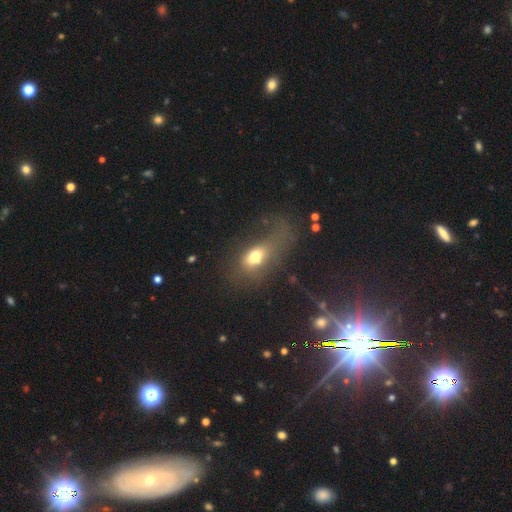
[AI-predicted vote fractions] smooth_or_featured: smooth (p=0.63) [alt: featured or disk p=0.23]
how_rounded: in between (p=0.79) [alt: round p=0.16]
merging: major disturbance (p=0.46) [alt: none p=0.24]